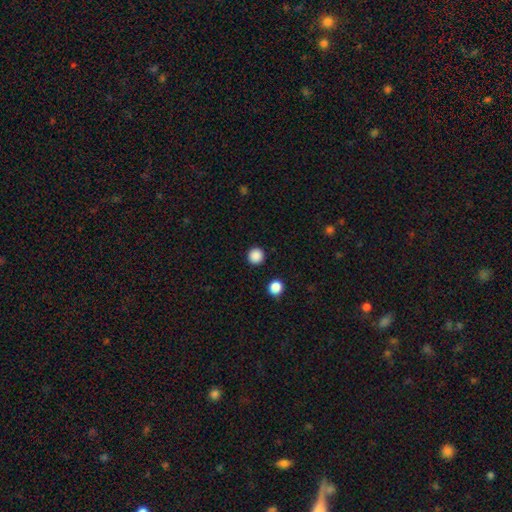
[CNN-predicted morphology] Overall: smooth (87%). How rounded: round (96%). Merging: none (92%).